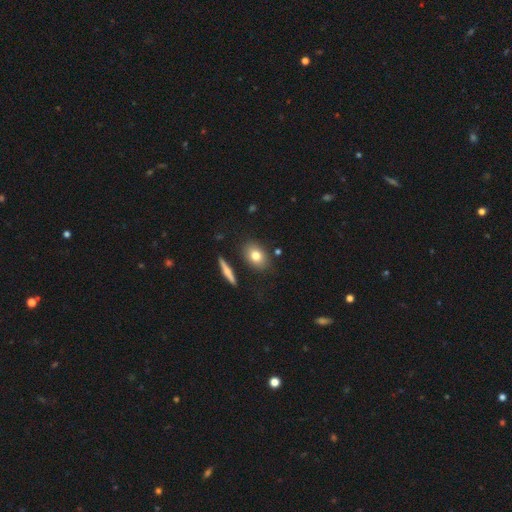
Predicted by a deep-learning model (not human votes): Smooth or featured? Predicted: smooth (p=0.76). How rounded? Predicted: in between (p=0.69). Merging? Predicted: none (p=0.82).